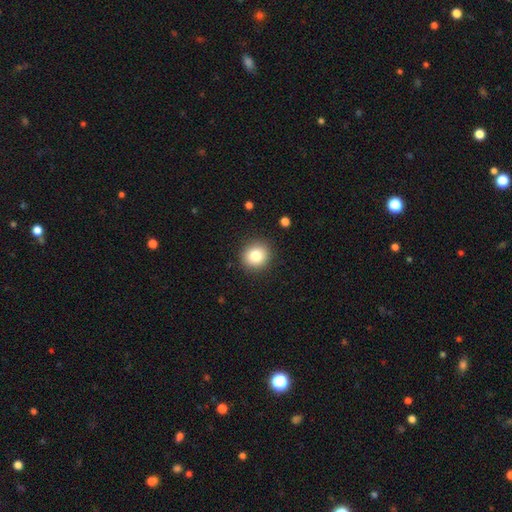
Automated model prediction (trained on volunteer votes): The model was most divided on "smooth or featured": smooth: 83%, star or artifact: 10%, featured or disk: 7%. More confident: merging — none (90%); how rounded — round (86%).